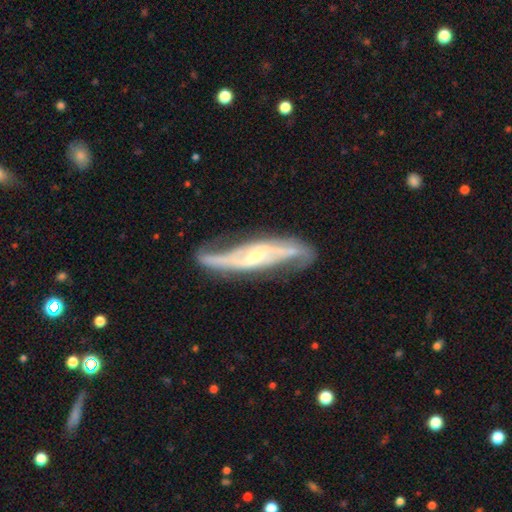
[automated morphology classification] Smooth or featured: featured or disk — 87% (smooth — 8%)
Edge-on disk: no — 75% (yes — 25%)
Bar: weak — 41% (no — 35%)
Spiral arms: yes — 96% (no — 4%)
Spiral winding: loose — 45% (medium — 40%)
Spiral arm count: 2 — 87% (can't tell — 6%)
Bulge size: small — 54% (moderate — 34%)
Merging: none — 69% (minor disturbance — 19%)